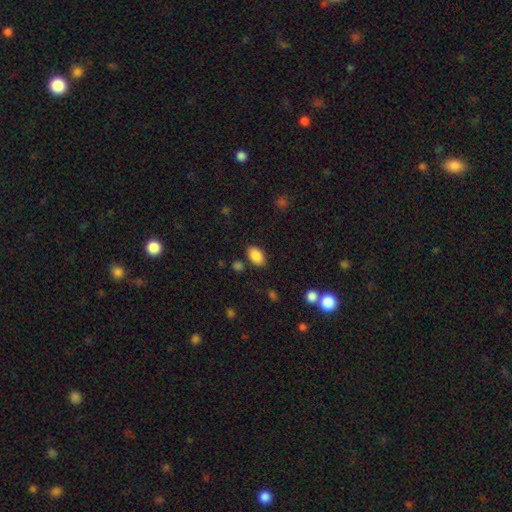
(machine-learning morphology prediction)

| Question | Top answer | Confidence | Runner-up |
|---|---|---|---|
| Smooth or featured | smooth | 87% | star or artifact (8%) |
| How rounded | in between | 90% | round (8%) |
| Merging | none | 83% | minor disturbance (11%) |